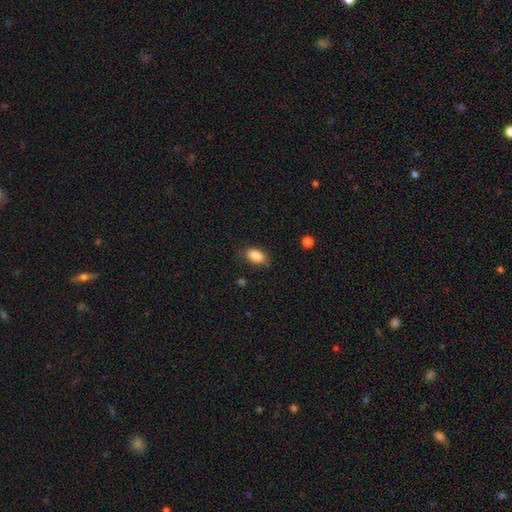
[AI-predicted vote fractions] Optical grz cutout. It shows a smooth galaxy with no disk features (87%) that is in between round and cigar-shaped (91%). Merging: none (77%).